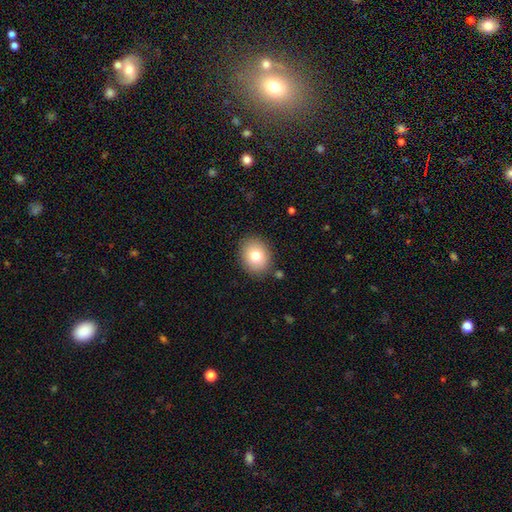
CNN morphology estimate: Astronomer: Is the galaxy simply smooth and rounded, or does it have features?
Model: smooth — 76%.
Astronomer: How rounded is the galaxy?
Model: round — 57% (runner-up: in between, 42%).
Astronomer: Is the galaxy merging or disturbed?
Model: none — 87%.